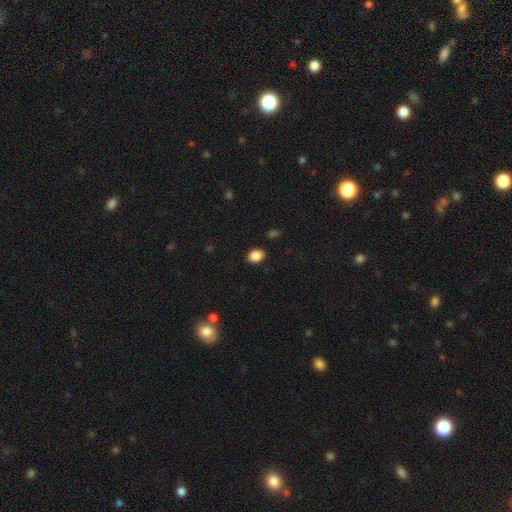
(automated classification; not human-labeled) Smooth or featured?
  - smooth: 88% *
  - star or artifact: 8%
  - featured or disk: 4%
How rounded?
  - in between: 73% *
  - round: 26%
  - cigar-shaped: 1%
Merging?
  - none: 88% *
  - minor disturbance: 8%
  - major disturbance: 2%
  - merger: 1%